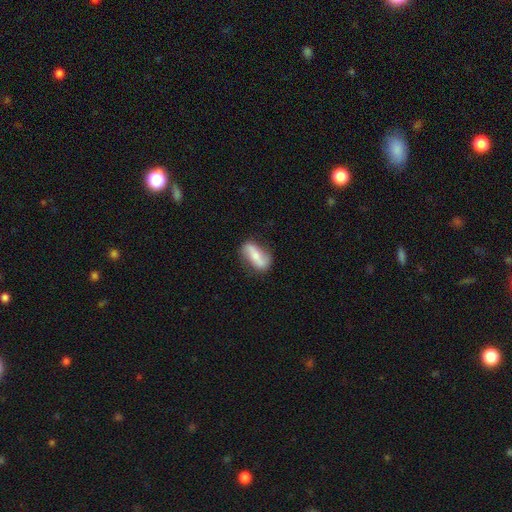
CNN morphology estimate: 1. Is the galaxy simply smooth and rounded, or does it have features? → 51% featured or disk, 42% smooth, 7% star or artifact.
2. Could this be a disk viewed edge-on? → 85% no, 15% yes.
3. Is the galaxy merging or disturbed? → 77% none, 17% minor disturbance, 5% major disturbance, 2% merger.